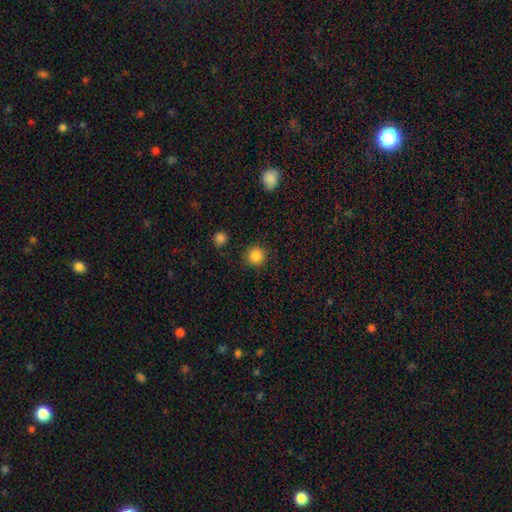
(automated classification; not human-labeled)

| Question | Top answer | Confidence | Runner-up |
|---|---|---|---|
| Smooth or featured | smooth | 86% | star or artifact (11%) |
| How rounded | round | 94% | in between (5%) |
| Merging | none | 89% | minor disturbance (7%) |